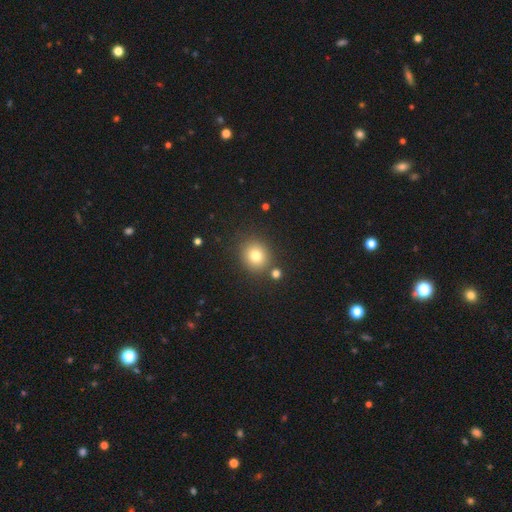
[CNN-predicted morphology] Smooth or featured? smooth (79%)
How rounded? round (80%)
Merging? none (82%)